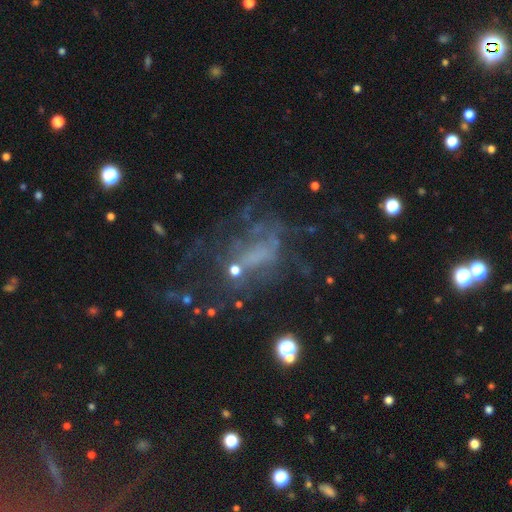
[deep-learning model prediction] A featured or disk galaxy (51%).

Vote fractions:
- Smooth or featured? featured or disk: 51% / star or artifact: 30% / smooth: 19%
- Edge-on disk? no: 95% / yes: 5%
- Merging? major disturbance: 39% (tied) / none: 39% (tied) / minor disturbance: 16% / merger: 7%